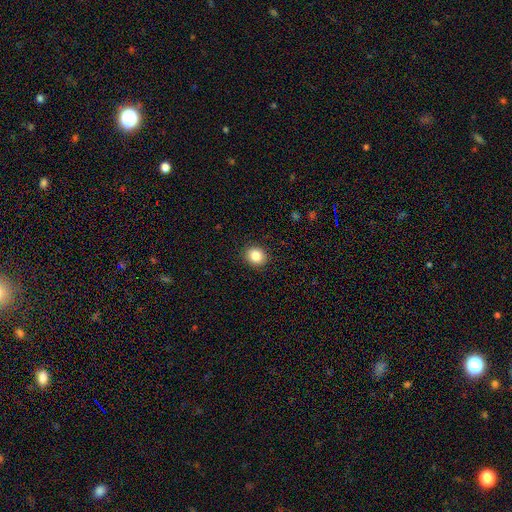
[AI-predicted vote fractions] Smooth or featured?
  - smooth: 85% *
  - star or artifact: 10%
  - featured or disk: 5%
How rounded?
  - round: 75% *
  - in between: 25%
  - cigar-shaped: 1%
Merging?
  - none: 91% *
  - minor disturbance: 6%
  - major disturbance: 2%
  - merger: 1%